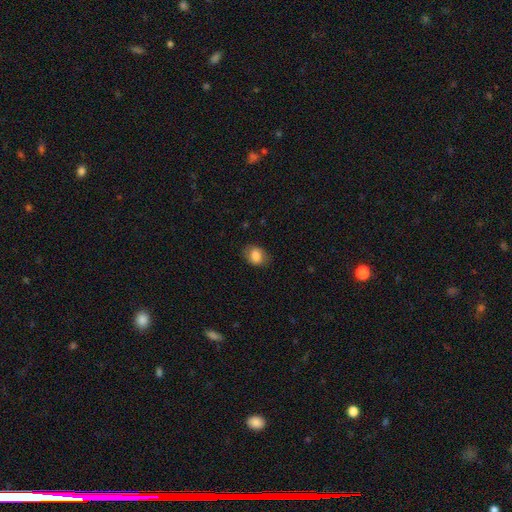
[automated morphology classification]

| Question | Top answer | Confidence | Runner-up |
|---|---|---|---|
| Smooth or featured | smooth | 82% | featured or disk (11%) |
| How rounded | in between | 65% | round (33%) |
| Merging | none | 77% | minor disturbance (16%) |